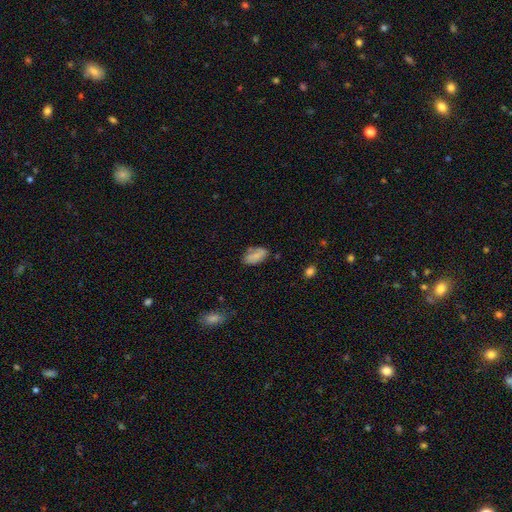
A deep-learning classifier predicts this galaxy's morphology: smooth-or-featured: smooth: 70% | featured or disk: 21% | star or artifact: 9%
  how-rounded: in between: 93% | round: 4% | cigar-shaped: 3%
  merging: none: 65% | minor disturbance: 22% | merger: 7% | major disturbance: 6%